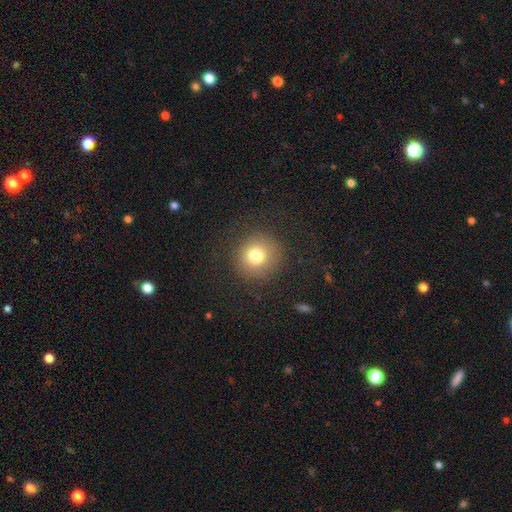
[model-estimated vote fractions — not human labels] A smooth galaxy with no disk features (77%) that is round (94%). Merging: none (85%).